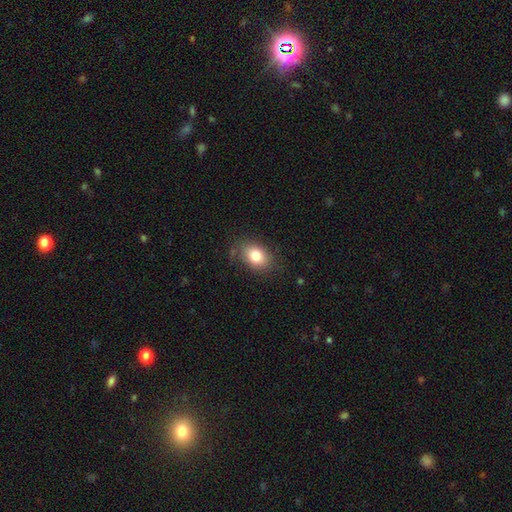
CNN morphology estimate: Q: Smooth or featured?
A: smooth (81%); runner-up: featured or disk (10%)
Q: How rounded?
A: in between (73%); runner-up: round (26%)
Q: Merging?
A: none (80%); runner-up: minor disturbance (15%)